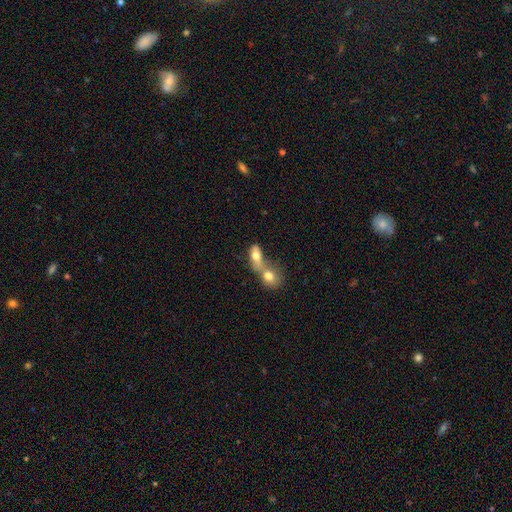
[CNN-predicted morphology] This is likely a smooth galaxy (75%). How rounded: likely in between (74%). Merging: likely merger (74%).